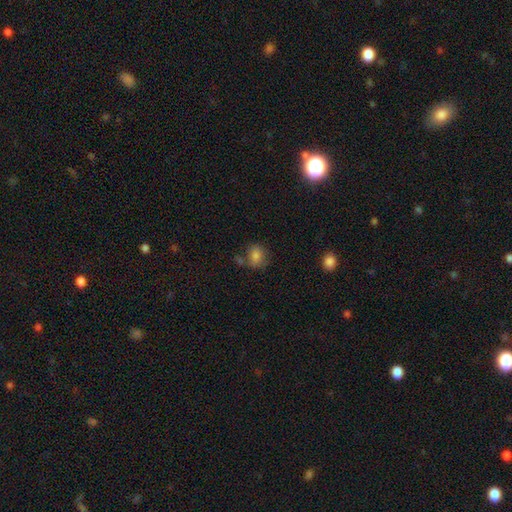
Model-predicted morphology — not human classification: This appears to be a smooth galaxy with no disk features (81%) that is round (60%). Merging: none (62%).